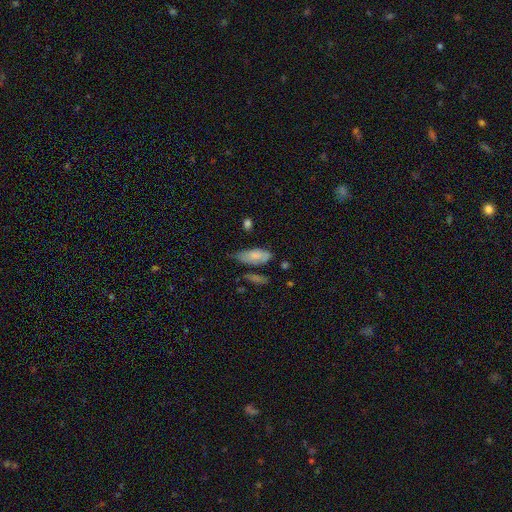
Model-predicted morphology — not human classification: Smooth or featured? smooth (75%)
How rounded? in between (82%)
Merging? none (51%)